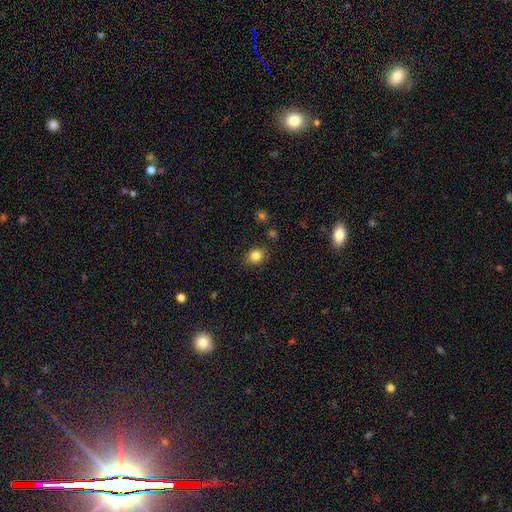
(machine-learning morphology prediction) This appears to be a smooth galaxy with no disk features (82%) that is round (68%). Merging: none (86%).